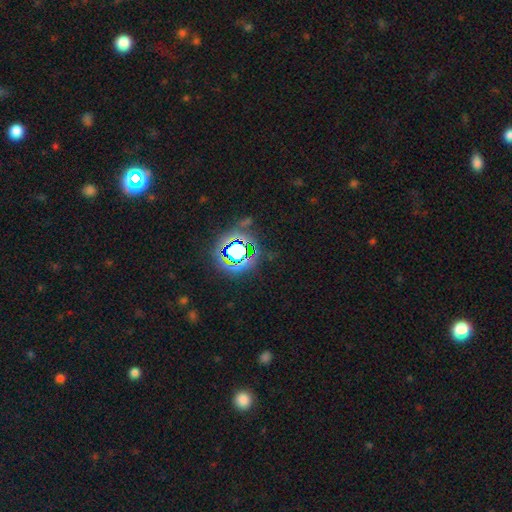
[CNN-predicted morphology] type=star or artifact (78%).